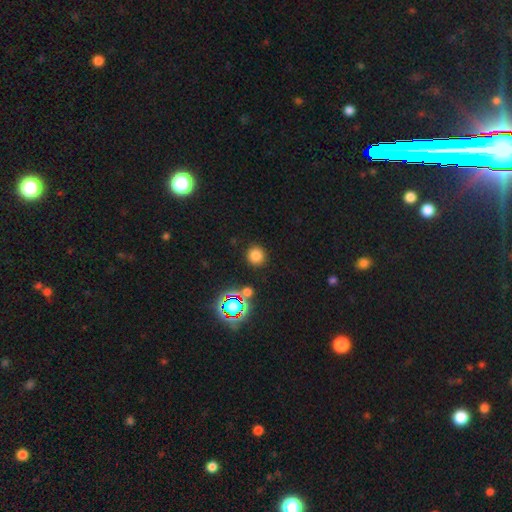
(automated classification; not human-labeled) Q: Smooth or featured?
A: smooth (75%); runner-up: star or artifact (19%)
Q: How rounded?
A: round (93%); runner-up: in between (6%)
Q: Merging?
A: none (88%); runner-up: minor disturbance (6%)